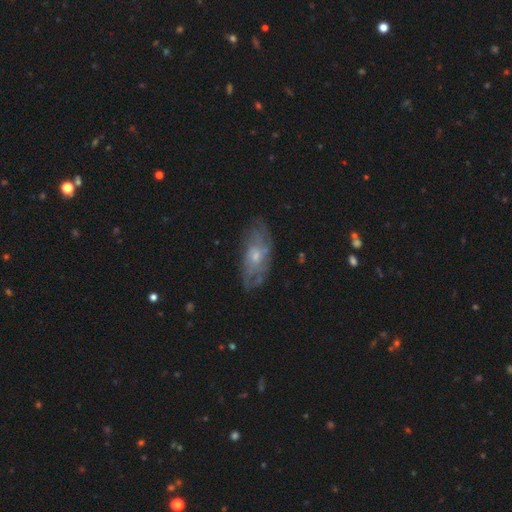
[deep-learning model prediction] Smooth or featured?
  - featured or disk: 60% *
  - smooth: 33%
  - star or artifact: 7%
Edge-on disk?
  - no: 87% *
  - yes: 13%
Bar?
  - no: 79% *
  - weak: 18%
  - strong: 3%
Spiral arms?
  - yes: 61% *
  - no: 39%
Bulge size?
  - small: 59% *
  - moderate: 35%
  - none: 3%
  - large: 2%
  - dominant: 1%
Merging?
  - none: 67% *
  - minor disturbance: 22%
  - major disturbance: 10%
  - merger: 2%